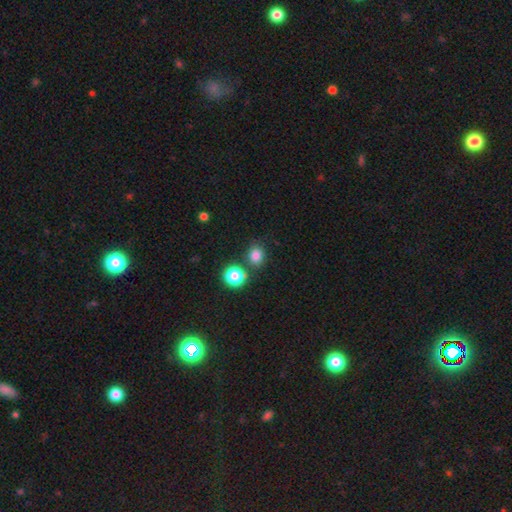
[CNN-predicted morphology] smooth-or-featured: smooth: 80% | star or artifact: 15% | featured or disk: 5%
  how-rounded: round: 69% | in between: 30% | cigar-shaped: 1%
  merging: none: 74% | merger: 12% | minor disturbance: 11% | major disturbance: 4%